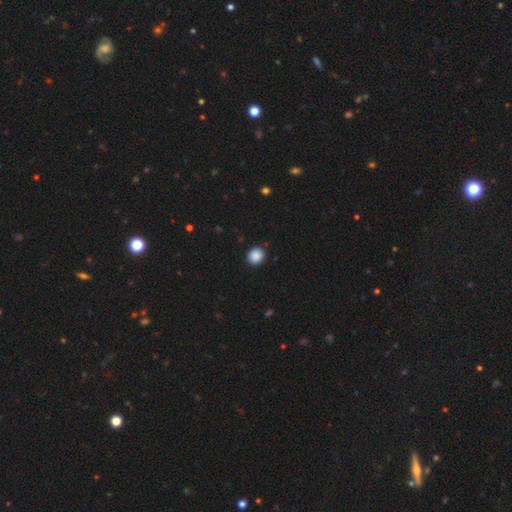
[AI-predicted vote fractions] A smooth galaxy with no disk features (88%) that is round (92%). Merging: none (92%).